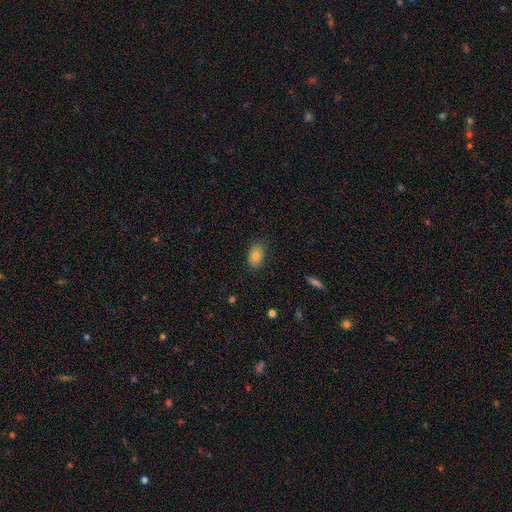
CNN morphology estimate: Smooth or featured: smooth — 79% (featured or disk — 11%)
How rounded: in between — 87% (round — 12%)
Merging: none — 80% (minor disturbance — 16%)